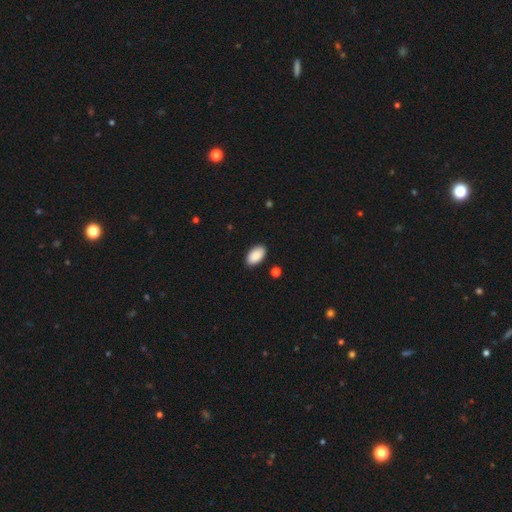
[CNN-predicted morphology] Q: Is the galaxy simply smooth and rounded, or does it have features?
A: smooth — 89%.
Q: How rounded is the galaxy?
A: in between — 95%.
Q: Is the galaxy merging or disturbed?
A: none — 88%.